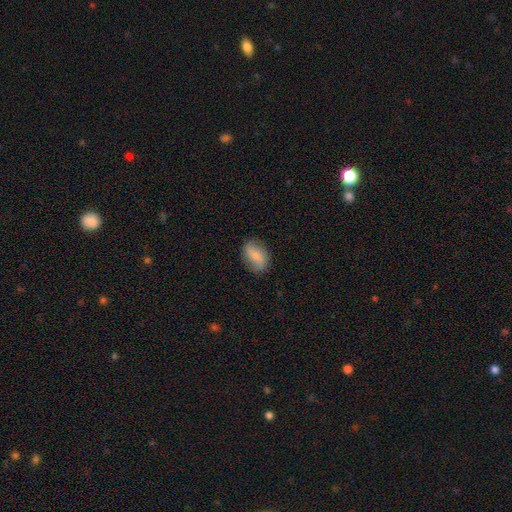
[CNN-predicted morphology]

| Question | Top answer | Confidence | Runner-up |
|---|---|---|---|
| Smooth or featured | smooth | 71% | featured or disk (22%) |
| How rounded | in between | 81% | round (17%) |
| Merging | none | 80% | minor disturbance (15%) |